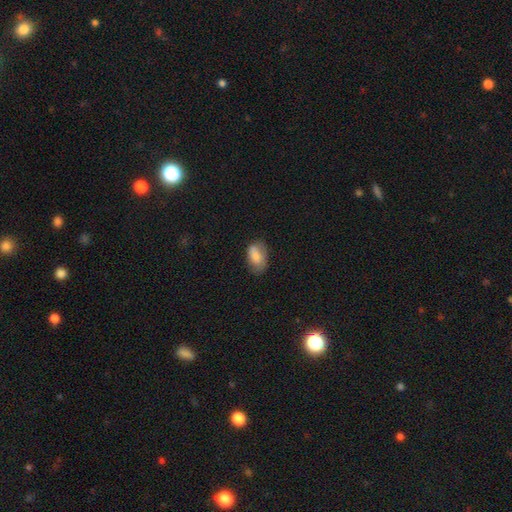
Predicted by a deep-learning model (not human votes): Smooth or featured? smooth (79%)
How rounded? in between (90%)
Merging? none (56%)